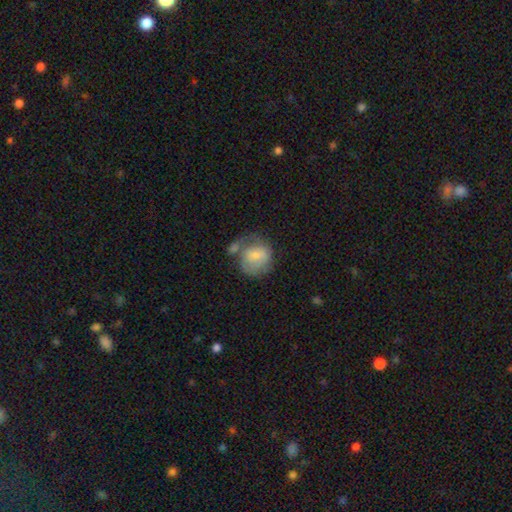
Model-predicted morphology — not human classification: Overall: smooth (61%; featured or disk 33%). How rounded: round (76%). Merging: none (36%; minor disturbance 23%).